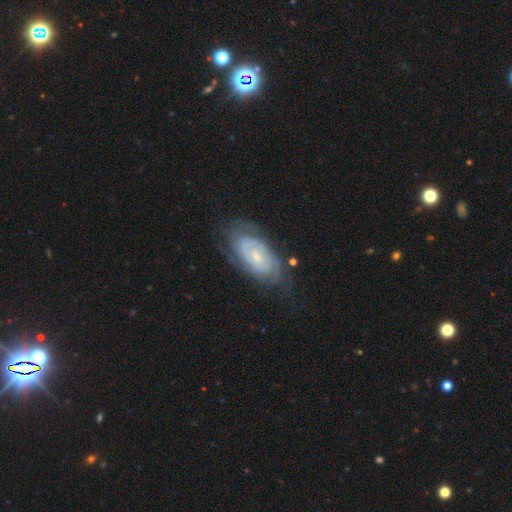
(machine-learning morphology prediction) This is likely a featured or disk galaxy (77%). It is clearly not viewed edge-on (94%). Bar: likely no (65%). Spiral arm pattern: clearly yes (89%). Spiral arm count: marginally can't tell (41%). Spiral winding: likely tight (69%). Central bulge: likely small (64%). Merging: likely none (67%).